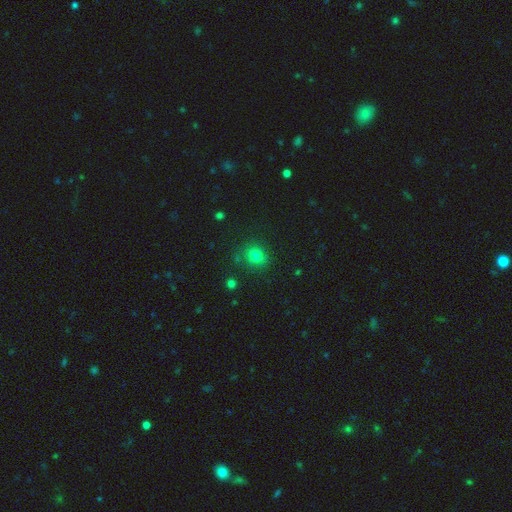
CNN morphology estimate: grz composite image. It shows a smooth galaxy with no disk features (78%) that is round (75%). Merging: none (81%).